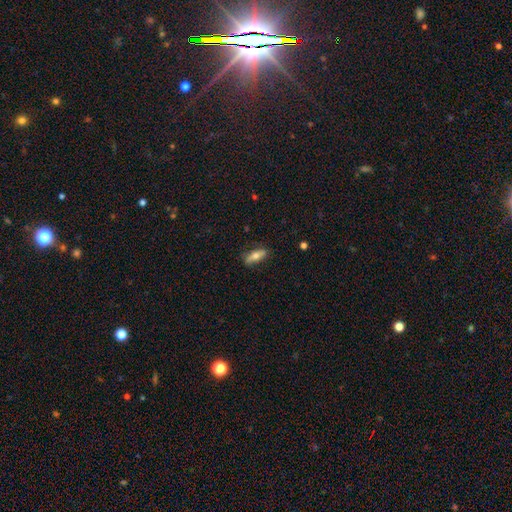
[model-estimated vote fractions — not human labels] This is likely a smooth galaxy (65%). How rounded: possibly in between (59%). Merging: clearly none (81%).